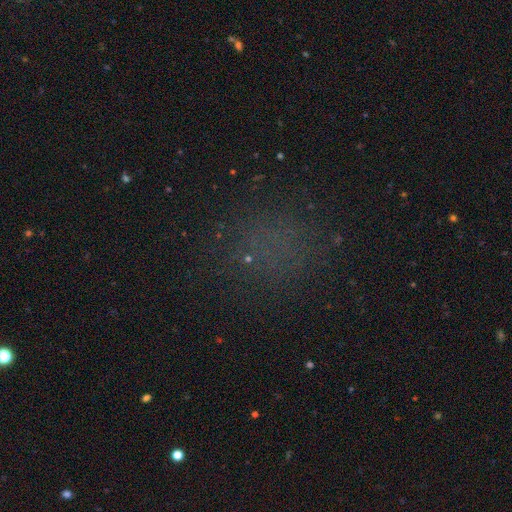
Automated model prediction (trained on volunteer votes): This appears to be a star or artifact, not a galaxy (44%).